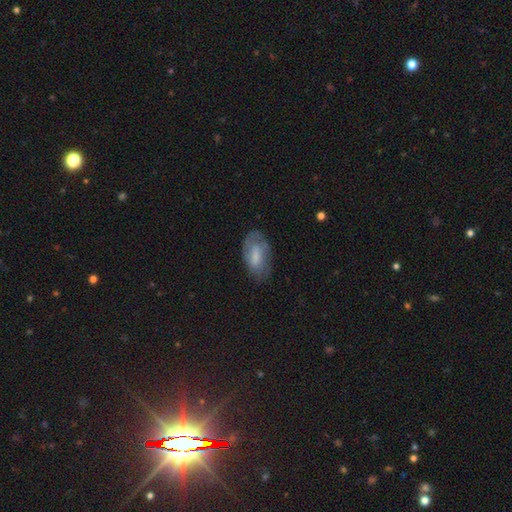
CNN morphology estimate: Smooth or featured: smooth — 51% (featured or disk — 41%)
How rounded: in between — 91% (round — 5%)
Merging: none — 64% (minor disturbance — 24%)